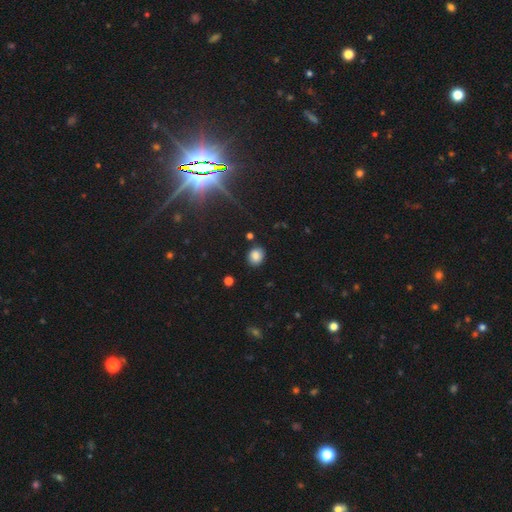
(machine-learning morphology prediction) Overall: smooth (84%). How rounded: round (68%; in between 31%). Merging: none (86%).